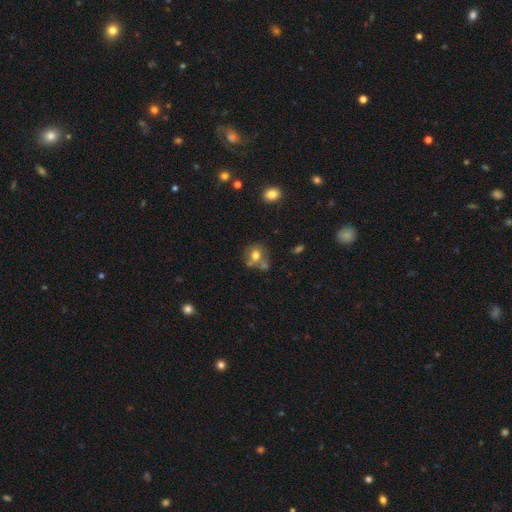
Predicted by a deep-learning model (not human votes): Overall: smooth (70%). How rounded: round (70%). Merging: none (48%; merger 29%).